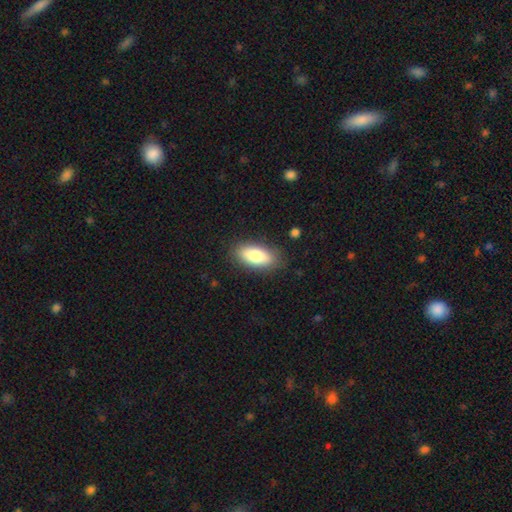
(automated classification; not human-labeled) Q: Smooth or featured?
A: smooth (81%); runner-up: featured or disk (13%)
Q: How rounded?
A: in between (86%); runner-up: cigar-shaped (12%)
Q: Merging?
A: none (85%); runner-up: minor disturbance (11%)